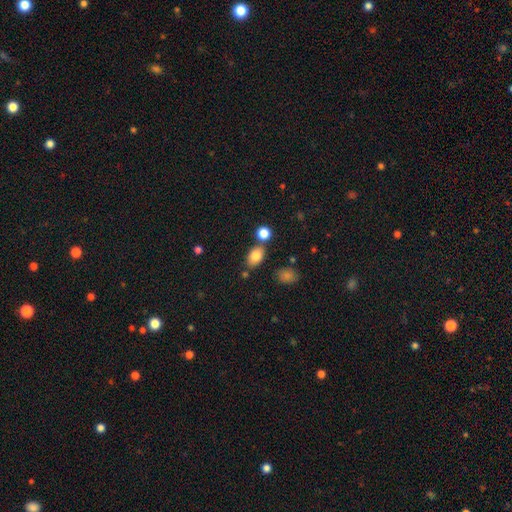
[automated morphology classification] Smooth or featured? smooth (82%)
How rounded? in between (83%)
Merging? none (70%)